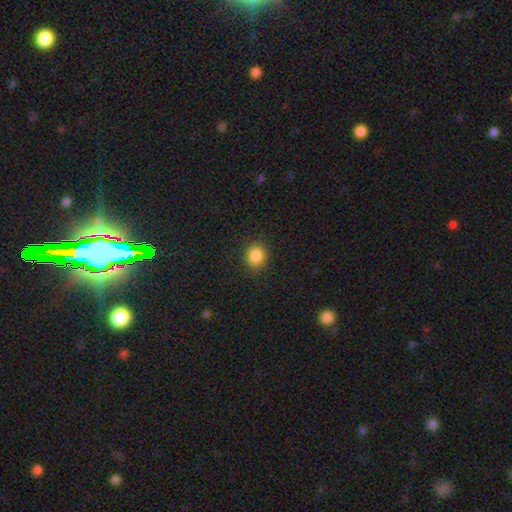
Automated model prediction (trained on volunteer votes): The model was most divided on "how rounded": round: 72%, in between: 27%, cigar-shaped: 1%. More confident: merging — none (89%); smooth or featured — smooth (87%).